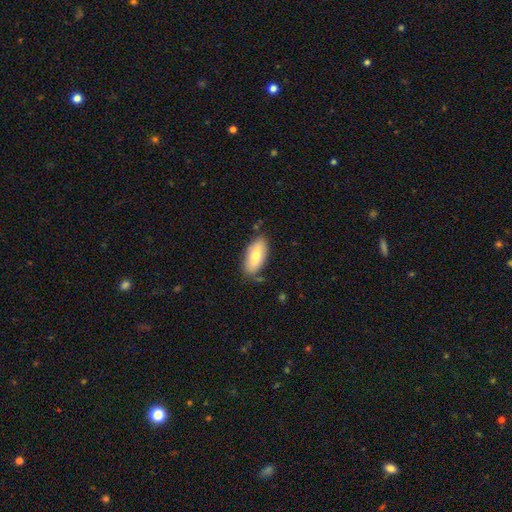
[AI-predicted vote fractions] smooth 75%, featured or disk 19%, star or artifact 6%. Down the decision tree: how rounded — in between (89%); merging — none (78%).